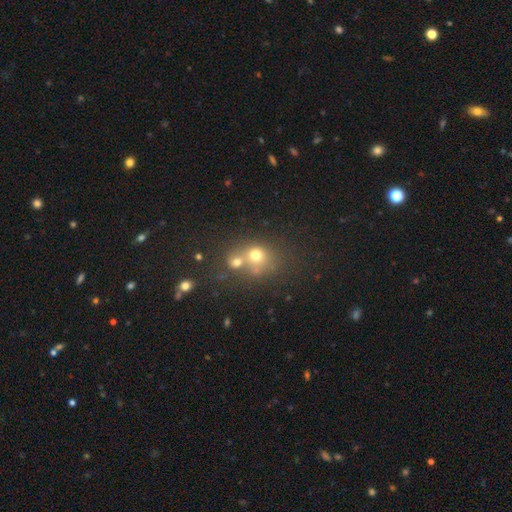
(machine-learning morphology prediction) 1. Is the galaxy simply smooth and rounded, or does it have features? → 68% smooth, 17% star or artifact, 14% featured or disk.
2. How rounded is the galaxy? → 74% round, 25% in between, 1% cigar-shaped.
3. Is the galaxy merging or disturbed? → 52% merger, 35% none, 8% minor disturbance, 5% major disturbance.